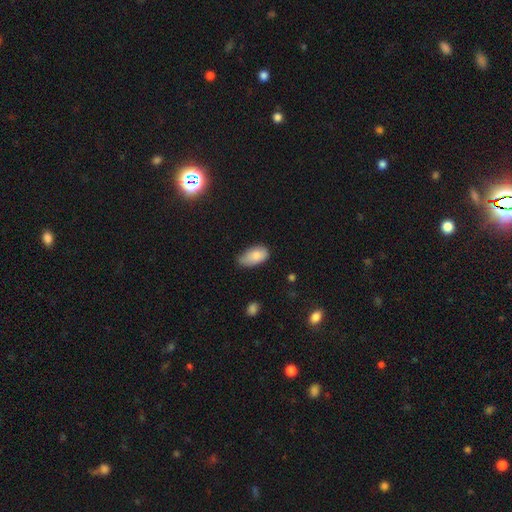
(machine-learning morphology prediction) This appears to be a smooth galaxy with no disk features (84%) that is in between round and cigar-shaped (94%). Merging: none (48%).